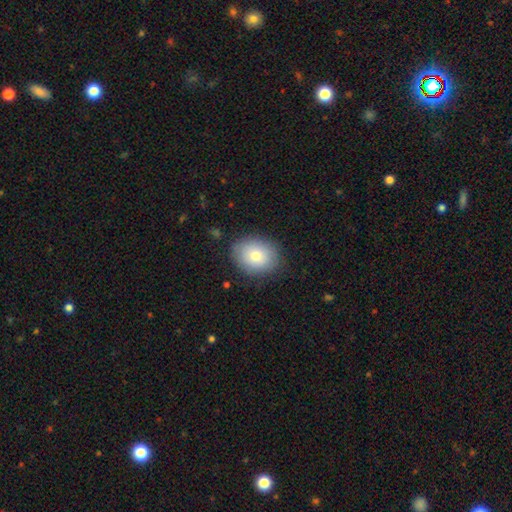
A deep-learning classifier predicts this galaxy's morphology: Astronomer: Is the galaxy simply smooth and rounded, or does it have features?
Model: smooth — 76%.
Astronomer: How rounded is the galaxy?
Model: in between — 51% (runner-up: round, 48%).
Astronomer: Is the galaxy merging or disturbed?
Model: none — 85%.